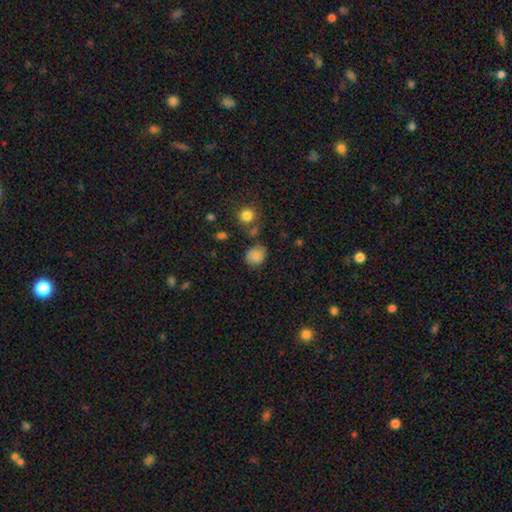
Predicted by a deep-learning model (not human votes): Smooth or featured? Predicted: smooth (p=0.76). How rounded? Predicted: round (p=0.70). Merging? Predicted: none (p=0.70).